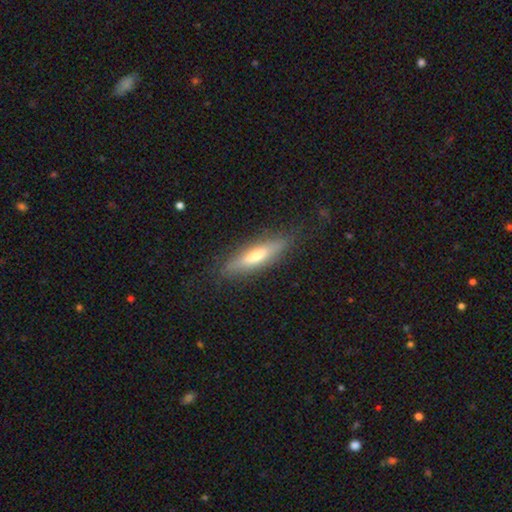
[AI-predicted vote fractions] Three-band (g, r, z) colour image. It shows a smooth galaxy with no disk features (54%) that is cigar-shaped (72%). Merging: none (83%).